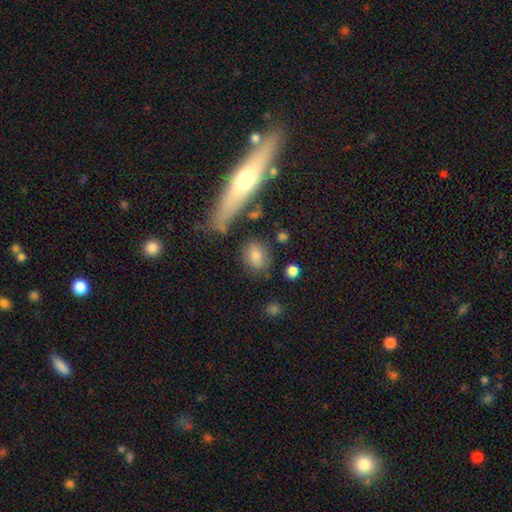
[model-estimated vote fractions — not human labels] smooth-or-featured: smooth: 76% | featured or disk: 15% | star or artifact: 9%
  how-rounded: in between: 61% | round: 31% | cigar-shaped: 8%
  merging: none: 75% | minor disturbance: 14% | merger: 6% | major disturbance: 5%